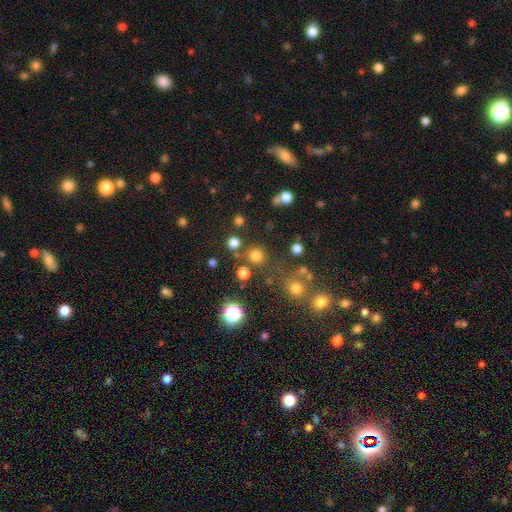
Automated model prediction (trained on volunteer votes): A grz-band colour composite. It shows a smooth galaxy with no disk features (75%) that is round (93%). Merging: none (78%).